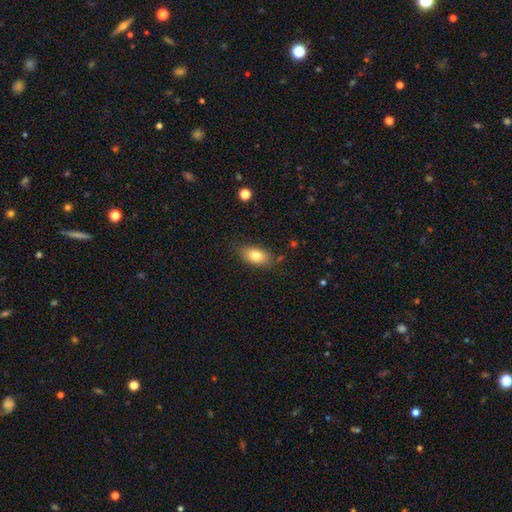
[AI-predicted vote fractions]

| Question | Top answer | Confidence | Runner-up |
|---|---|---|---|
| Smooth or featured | smooth | 79% | featured or disk (13%) |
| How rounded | in between | 88% | round (8%) |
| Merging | none | 80% | minor disturbance (15%) |